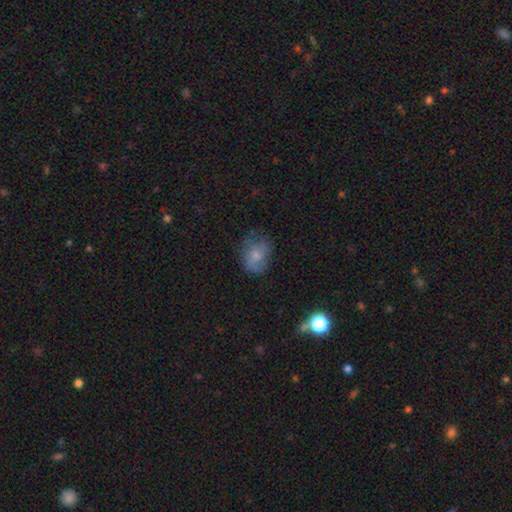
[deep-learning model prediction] Q: Smooth or featured?
A: smooth (65%); runner-up: featured or disk (24%)
Q: How rounded?
A: in between (56%); runner-up: round (43%)
Q: Merging?
A: none (55%); runner-up: minor disturbance (28%)